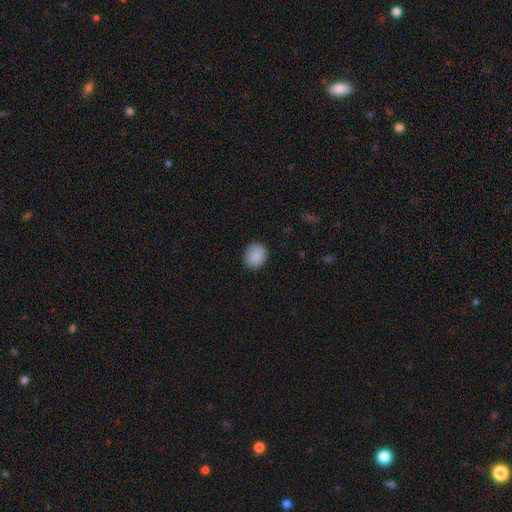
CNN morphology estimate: A smooth galaxy with no disk features (89%) that is round (61%).

Vote fractions:
- Smooth or featured? smooth: 89% / star or artifact: 7% / featured or disk: 4%
- How rounded? round: 61% / in between: 38% / cigar-shaped: 1%
- Merging? none: 87% / minor disturbance: 10% / major disturbance: 2% / merger: 1%